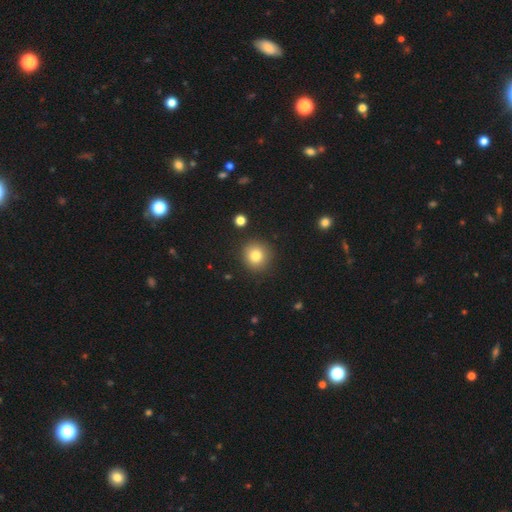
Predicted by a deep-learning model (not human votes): Q: Smooth or featured?
A: smooth (81%); runner-up: star or artifact (11%)
Q: How rounded?
A: round (91%); runner-up: in between (8%)
Q: Merging?
A: none (89%); runner-up: minor disturbance (7%)